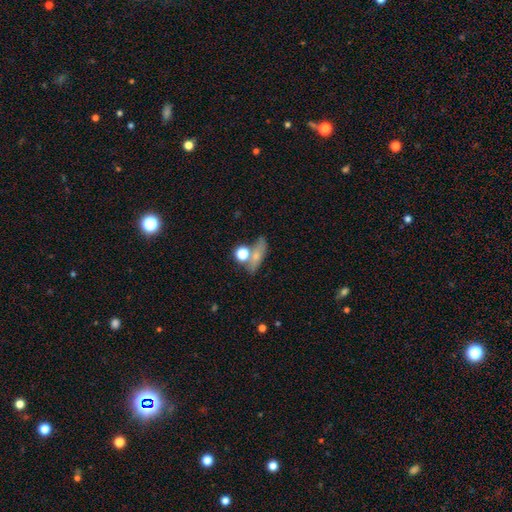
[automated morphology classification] Smooth or featured?
  - smooth: 62% *
  - featured or disk: 25%
  - star or artifact: 13%
How rounded?
  - in between: 50% *
  - round: 25%
  - cigar-shaped: 25%
Merging?
  - none: 52% *
  - merger: 25%
  - minor disturbance: 15%
  - major disturbance: 9%